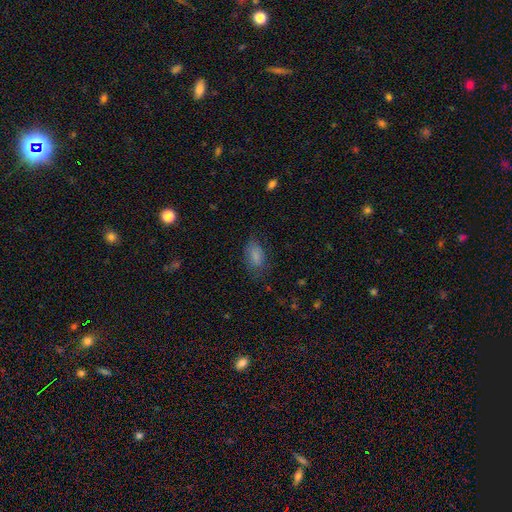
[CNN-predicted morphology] Smooth or featured? smooth (82%)
How rounded? in between (91%)
Merging? none (65%)